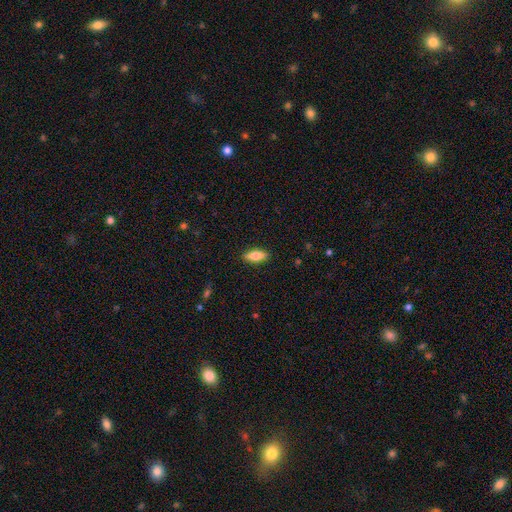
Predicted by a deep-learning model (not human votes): smooth_or_featured: smooth (p=0.78) [alt: featured or disk p=0.15]
how_rounded: in between (p=0.72) [alt: cigar-shaped p=0.26]
merging: none (p=0.89) [alt: minor disturbance p=0.08]